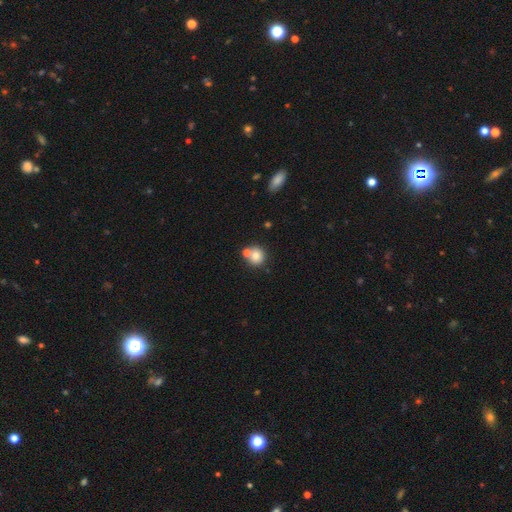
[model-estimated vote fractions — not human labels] smooth-or-featured: smooth: 79% | featured or disk: 11% | star or artifact: 10%
  how-rounded: round: 86% | in between: 13% | cigar-shaped: 1%
  merging: none: 56% | merger: 31% | minor disturbance: 9% | major disturbance: 3%